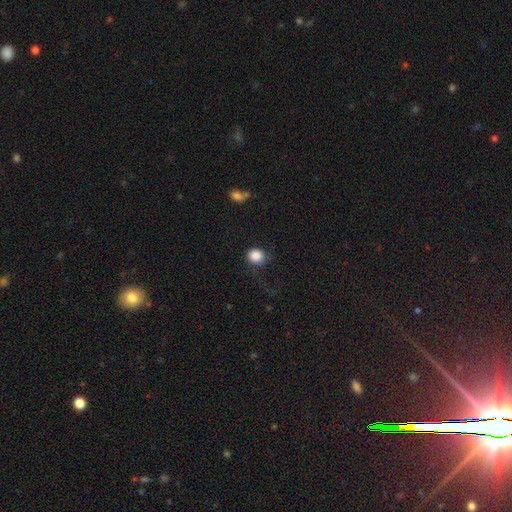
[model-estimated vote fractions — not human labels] smooth-or-featured: smooth: 86% | star or artifact: 9% | featured or disk: 5%
  how-rounded: round: 81% | in between: 18% | cigar-shaped: 1%
  merging: none: 72% | minor disturbance: 17% | major disturbance: 9% | merger: 2%